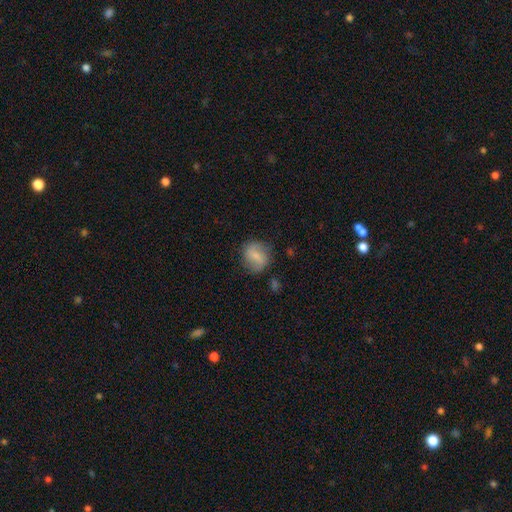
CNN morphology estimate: smooth-or-featured: smooth: 60% | featured or disk: 32% | star or artifact: 8%
  how-rounded: round: 74% | in between: 25% | cigar-shaped: 2%
  merging: none: 73% | minor disturbance: 19% | major disturbance: 6% | merger: 2%